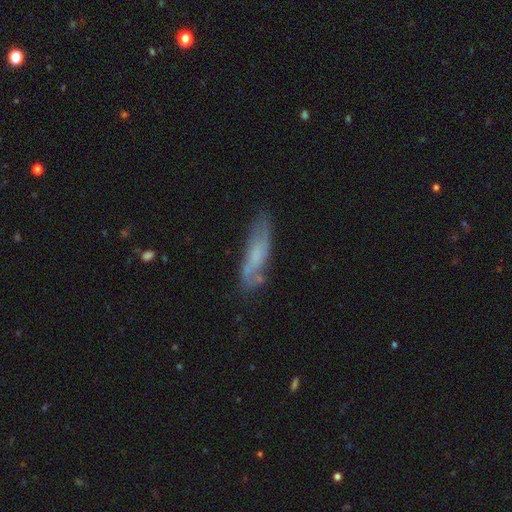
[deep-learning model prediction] Smooth or featured: smooth — 47% (featured or disk — 44%)
Merging: none — 67% (minor disturbance — 22%)